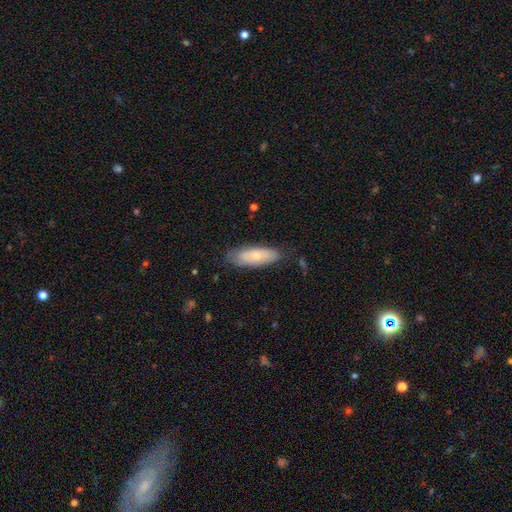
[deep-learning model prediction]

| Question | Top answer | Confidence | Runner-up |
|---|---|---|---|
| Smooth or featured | smooth | 62% | featured or disk (32%) |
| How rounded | in between | 67% | cigar-shaped (31%) |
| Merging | none | 76% | minor disturbance (18%) |